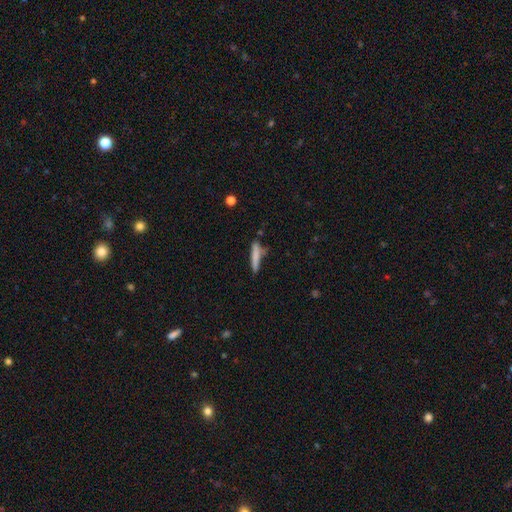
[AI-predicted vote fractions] smooth-or-featured: smooth: 75% | featured or disk: 18% | star or artifact: 7%
  how-rounded: cigar-shaped: 91% | in between: 8% | round: 2%
  merging: none: 67% | minor disturbance: 20% | merger: 8% | major disturbance: 6%